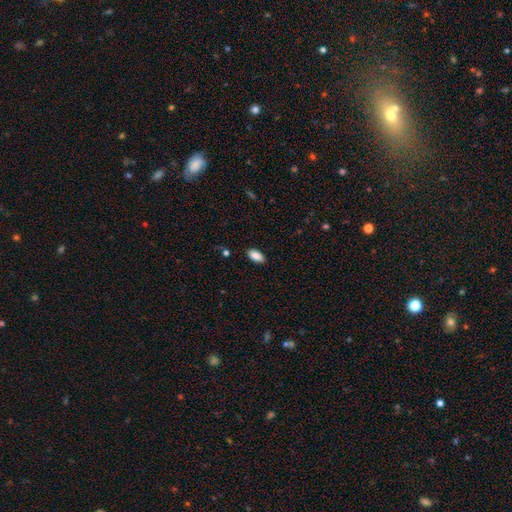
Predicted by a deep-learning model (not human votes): Smooth or featured? smooth (89%)
How rounded? in between (93%)
Merging? none (88%)